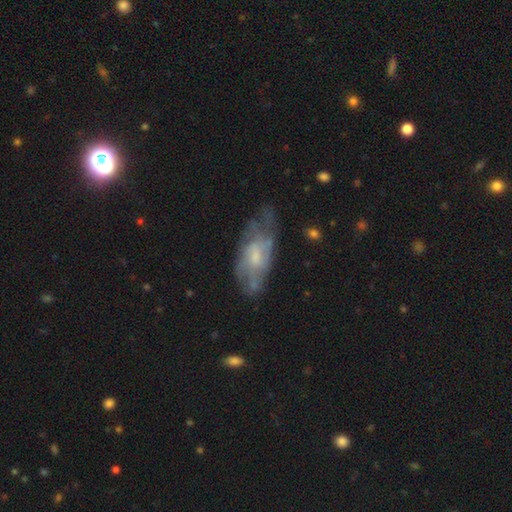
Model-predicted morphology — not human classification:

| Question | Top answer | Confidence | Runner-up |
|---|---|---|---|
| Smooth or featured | featured or disk | 60% | smooth (33%) |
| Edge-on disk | no | 88% | yes (12%) |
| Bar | no | 60% | weak (34%) |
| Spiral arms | yes | 60% | no (40%) |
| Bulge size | small | 46% | moderate (39%) |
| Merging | none | 51% | minor disturbance (29%) |